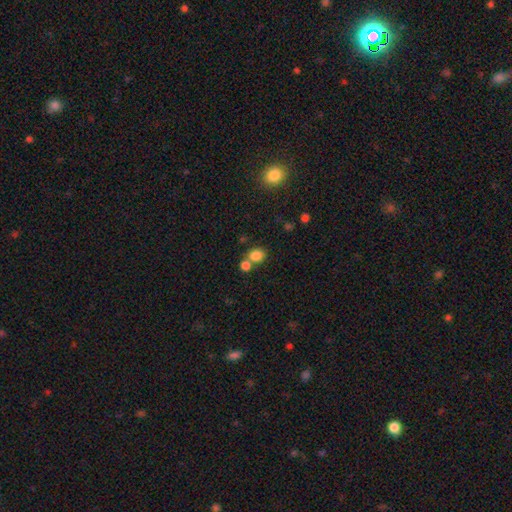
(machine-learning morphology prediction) Overall: smooth (82%). How rounded: round (63%; in between 36%). Merging: none (51%; merger 37%).